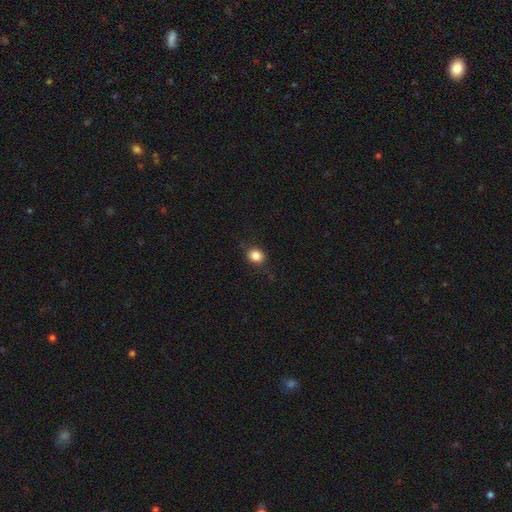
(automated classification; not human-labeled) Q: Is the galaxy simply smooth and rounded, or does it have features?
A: smooth — 85%.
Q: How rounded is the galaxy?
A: round — 67%.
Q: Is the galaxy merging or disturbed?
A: none — 85%.